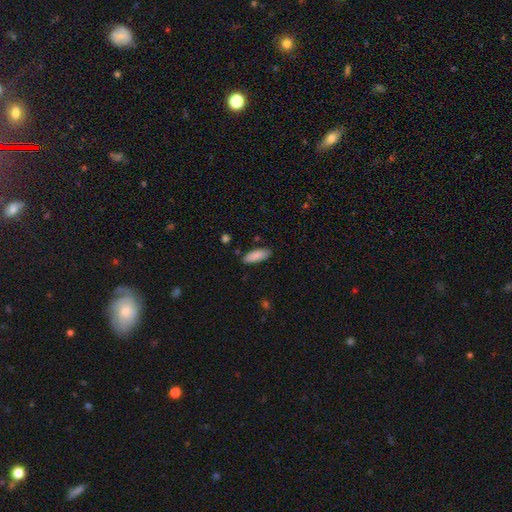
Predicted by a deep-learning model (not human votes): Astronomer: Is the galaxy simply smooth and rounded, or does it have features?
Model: smooth — 88%.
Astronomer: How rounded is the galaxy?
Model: in between — 73%.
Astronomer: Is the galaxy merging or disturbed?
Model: none — 83%.